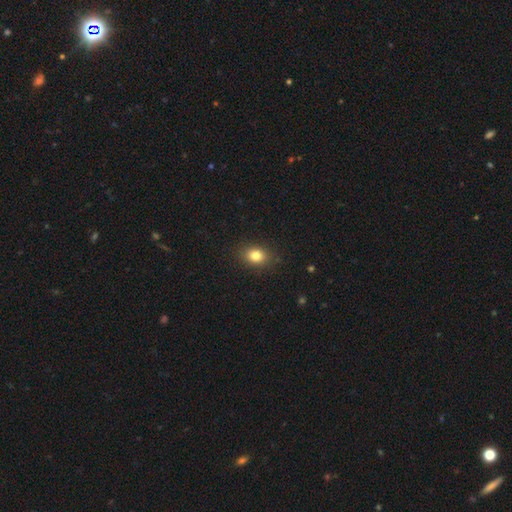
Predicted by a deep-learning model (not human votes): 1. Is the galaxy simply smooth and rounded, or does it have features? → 82% smooth, 11% star or artifact, 7% featured or disk.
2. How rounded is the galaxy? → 61% in between, 38% round, 1% cigar-shaped.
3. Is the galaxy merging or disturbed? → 87% none, 10% minor disturbance, 3% major disturbance, 1% merger.